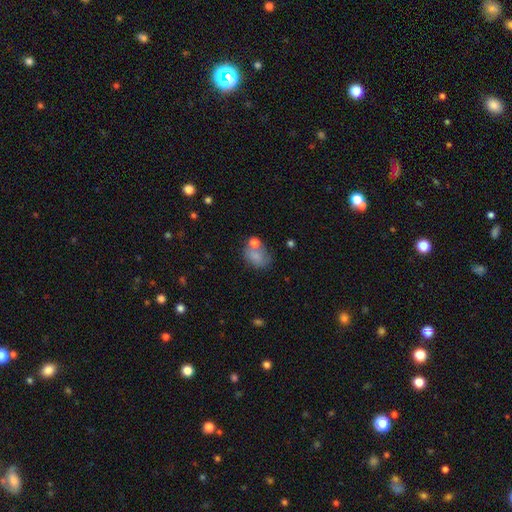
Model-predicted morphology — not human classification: Smooth or featured: smooth — 72% (featured or disk — 18%)
How rounded: in between — 70% (round — 29%)
Merging: none — 38% (merger — 27%)